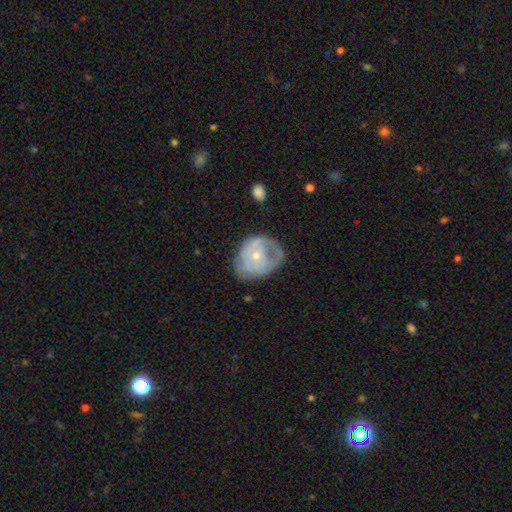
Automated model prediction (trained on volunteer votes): Smooth or featured: featured or disk — 63% (smooth — 30%)
Edge-on disk: no — 96% (yes — 4%)
Bar: no — 79% (weak — 17%)
Spiral arms: yes — 52% (no — 48%)
Bulge size: small — 53% (moderate — 43%)
Merging: none — 45% (minor disturbance — 31%)